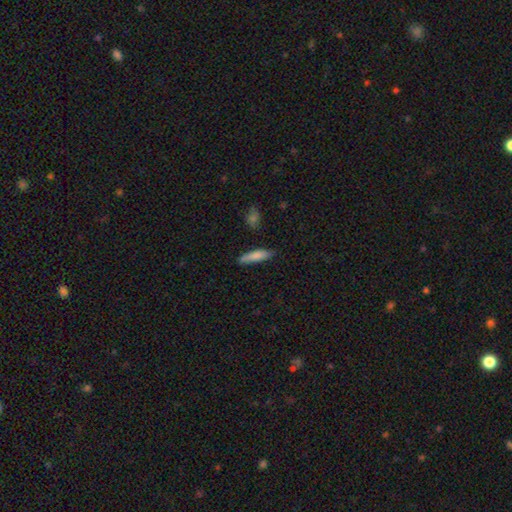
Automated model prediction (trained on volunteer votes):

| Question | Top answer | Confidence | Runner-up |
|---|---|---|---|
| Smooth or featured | smooth | 81% | featured or disk (13%) |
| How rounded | cigar-shaped | 73% | in between (25%) |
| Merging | none | 79% | minor disturbance (16%) |